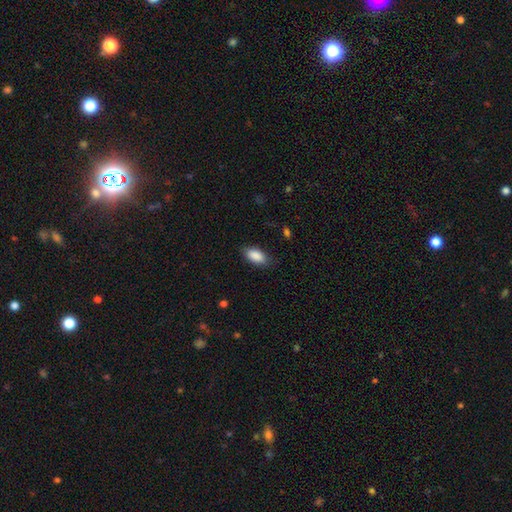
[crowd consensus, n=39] smooth-or-featured: smooth: 87% | star or artifact: 8% | featured or disk: 5%
  how-rounded: in between: 97% | cigar-shaped: 3% | round: 0%
  merging: none: 83% | minor disturbance: 14% | major disturbance: 3% | merger: 0%